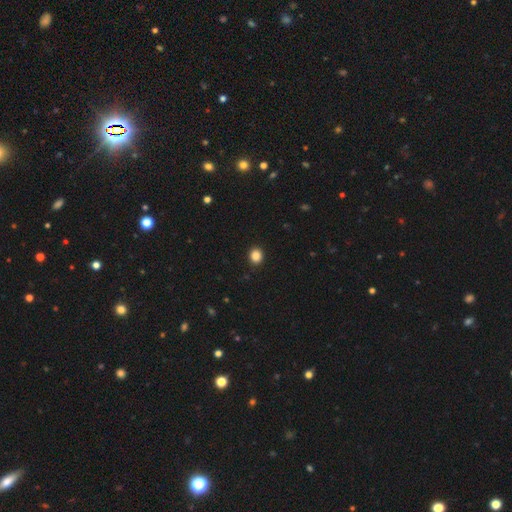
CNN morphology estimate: smooth_or_featured: smooth (p=0.86) [alt: star or artifact p=0.11]
how_rounded: round (p=0.78) [alt: in between p=0.21]
merging: none (p=0.92) [alt: minor disturbance p=0.05]